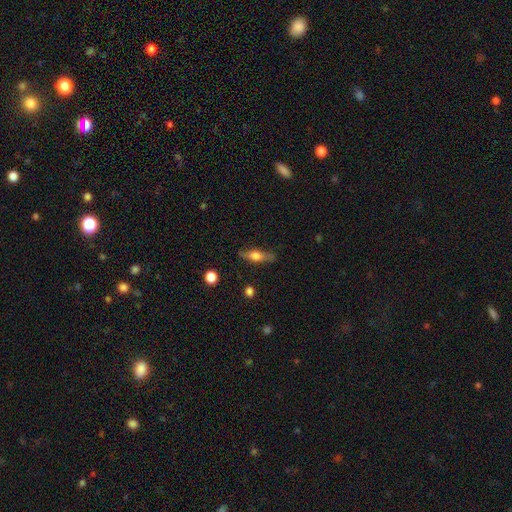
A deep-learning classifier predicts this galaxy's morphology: A smooth galaxy with no disk features (47%). Merging: none (79%).